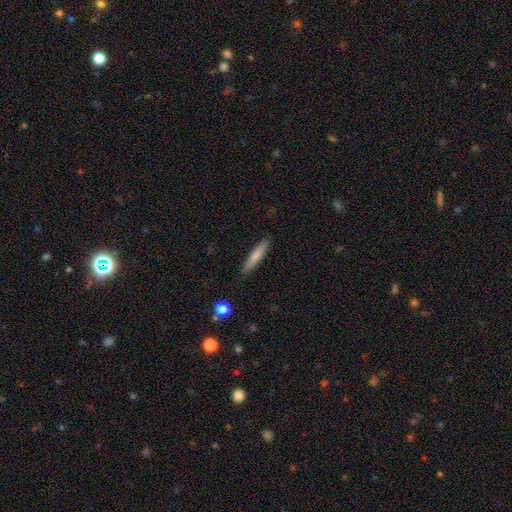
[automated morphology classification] Smooth or featured?
  - smooth: 76% *
  - featured or disk: 18%
  - star or artifact: 6%
How rounded?
  - cigar-shaped: 89% *
  - in between: 9%
  - round: 1%
Merging?
  - none: 88% *
  - minor disturbance: 9%
  - major disturbance: 2%
  - merger: 1%